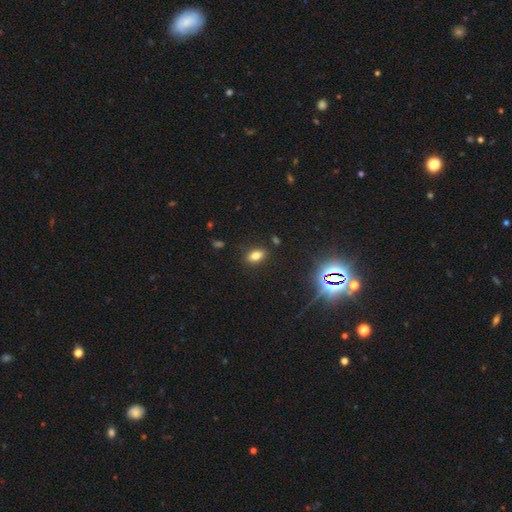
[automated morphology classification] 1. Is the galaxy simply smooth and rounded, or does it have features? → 75% smooth, 15% star or artifact, 10% featured or disk.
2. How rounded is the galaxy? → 85% in between, 10% round, 4% cigar-shaped.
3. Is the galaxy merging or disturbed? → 86% none, 9% minor disturbance, 2% major disturbance, 2% merger.